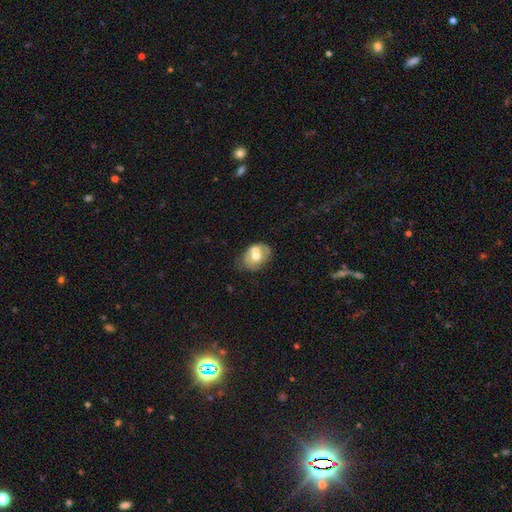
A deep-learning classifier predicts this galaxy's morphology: This appears to be a smooth galaxy with no disk features (47%). Merging: none (45%).